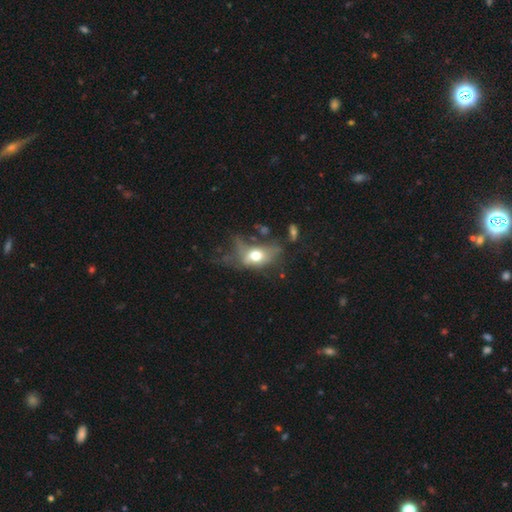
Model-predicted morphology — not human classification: Smooth or featured: smooth — 55% (featured or disk — 34%)
How rounded: in between — 78% (round — 18%)
Merging: major disturbance — 46% (none — 25%)